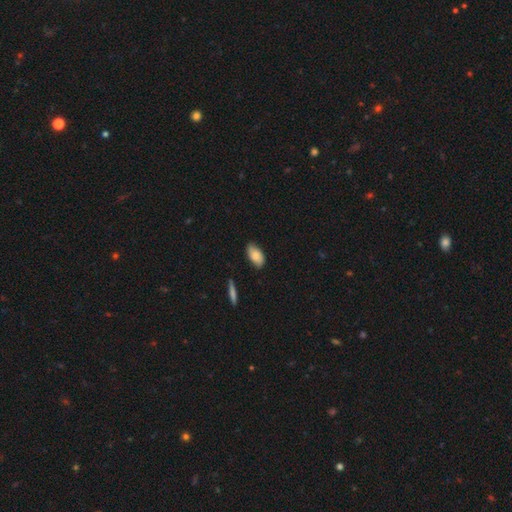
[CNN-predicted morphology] Q: Smooth or featured?
A: smooth (81%); runner-up: featured or disk (12%)
Q: How rounded?
A: in between (93%); runner-up: cigar-shaped (4%)
Q: Merging?
A: none (80%); runner-up: minor disturbance (16%)